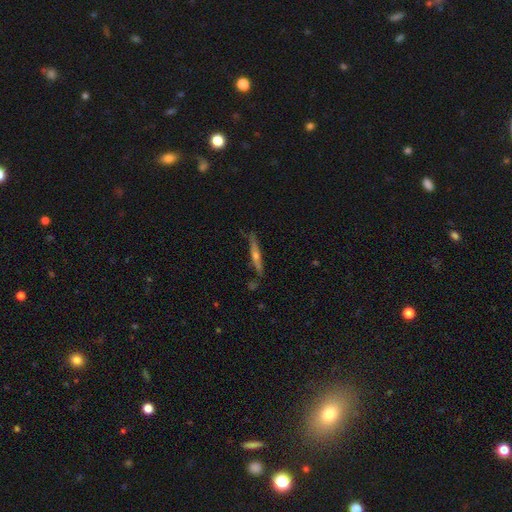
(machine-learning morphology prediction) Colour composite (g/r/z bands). It shows a featured or disk galaxy (70%) viewed edge-on (95%) with a rounded central bulge (85%). Merging: none (81%).